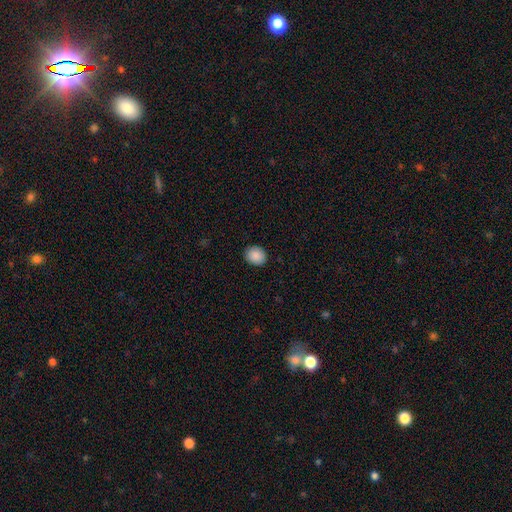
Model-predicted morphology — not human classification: Q: Smooth or featured?
A: smooth (89%); runner-up: star or artifact (8%)
Q: How rounded?
A: round (64%); runner-up: in between (35%)
Q: Merging?
A: none (90%); runner-up: minor disturbance (7%)